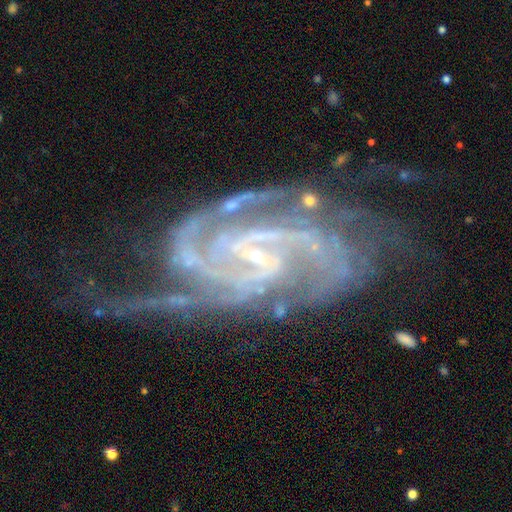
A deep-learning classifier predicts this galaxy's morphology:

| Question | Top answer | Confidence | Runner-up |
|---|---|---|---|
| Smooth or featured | featured or disk | 92% | star or artifact (5%) |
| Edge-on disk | no | 97% | yes (3%) |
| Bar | weak | 43% | strong (28%) |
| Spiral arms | yes | 99% | no (1%) |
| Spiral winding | tight | 52% | medium (40%) |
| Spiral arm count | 2 | 31% | 3 (23%) |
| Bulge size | small | 80% | moderate (11%) |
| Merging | none | 56% | minor disturbance (23%) |